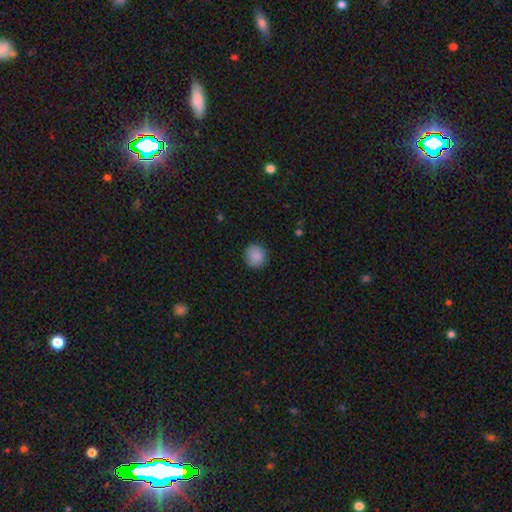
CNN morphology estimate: type=smooth (89%); roundness=round (89%); merging=none (89%).